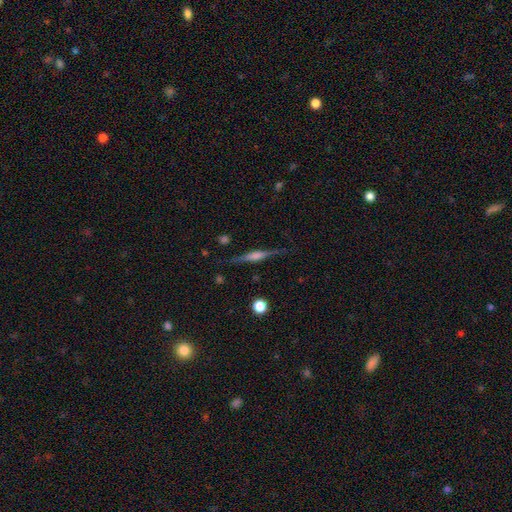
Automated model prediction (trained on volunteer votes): Smooth or featured: featured or disk — 76% (smooth — 16%)
Edge-on disk: yes — 98% (no — 2%)
Edge-on bulge: rounded — 63% (boxy — 28%)
Merging: none — 87% (minor disturbance — 9%)